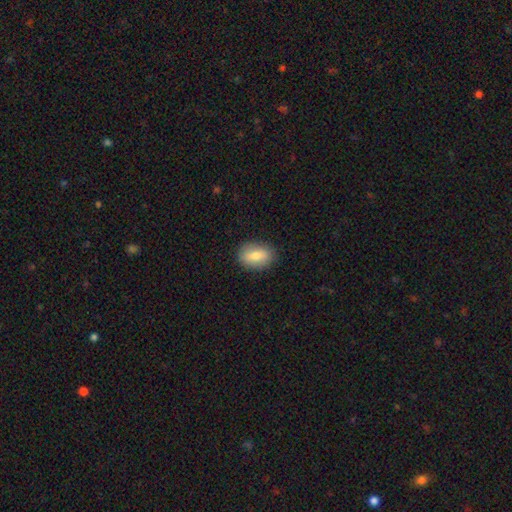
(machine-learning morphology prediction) Q: Smooth or featured?
A: smooth (74%); runner-up: featured or disk (18%)
Q: How rounded?
A: in between (83%); runner-up: round (14%)
Q: Merging?
A: none (86%); runner-up: minor disturbance (10%)